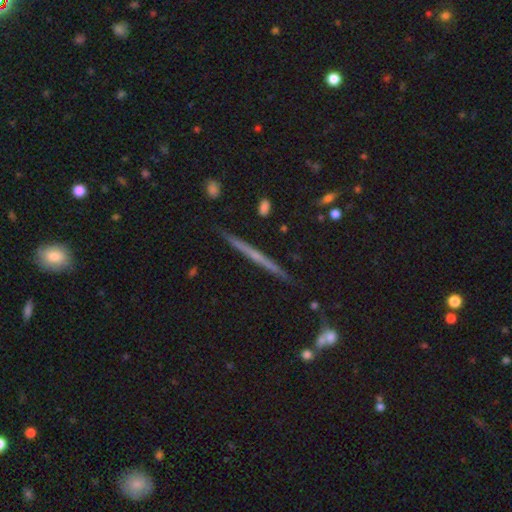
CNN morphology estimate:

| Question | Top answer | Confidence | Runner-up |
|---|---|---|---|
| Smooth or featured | featured or disk | 65% | smooth (26%) |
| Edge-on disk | yes | 98% | no (2%) |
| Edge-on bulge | none | 66% | rounded (28%) |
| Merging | none | 91% | minor disturbance (6%) |